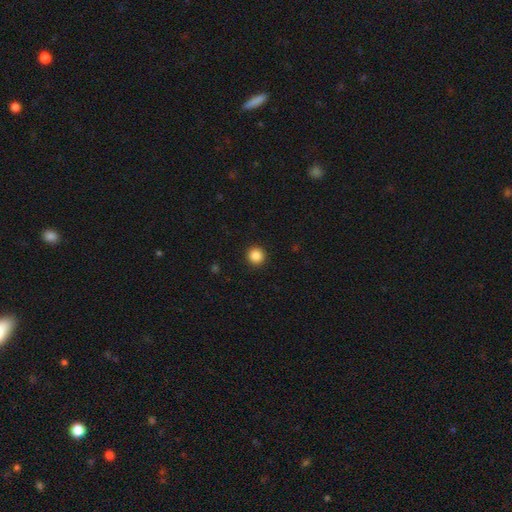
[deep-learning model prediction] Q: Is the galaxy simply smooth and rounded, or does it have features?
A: smooth — 86%.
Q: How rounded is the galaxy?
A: round — 95%.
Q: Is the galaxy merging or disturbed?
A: none — 93%.